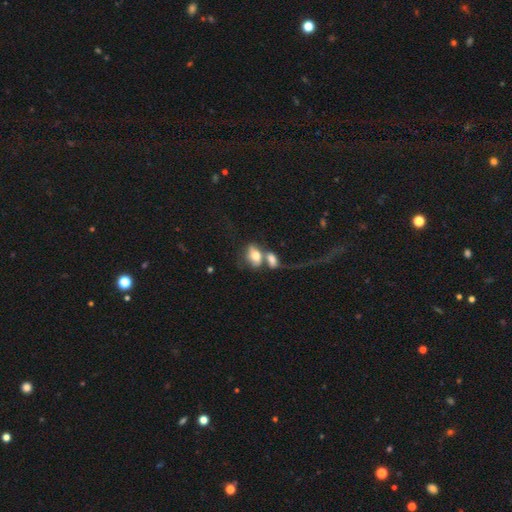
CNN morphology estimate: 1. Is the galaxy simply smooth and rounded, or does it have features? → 67% smooth, 25% featured or disk, 8% star or artifact.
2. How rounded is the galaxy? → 83% in between, 14% round, 3% cigar-shaped.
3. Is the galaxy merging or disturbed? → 62% merger, 18% none, 12% major disturbance, 8% minor disturbance.